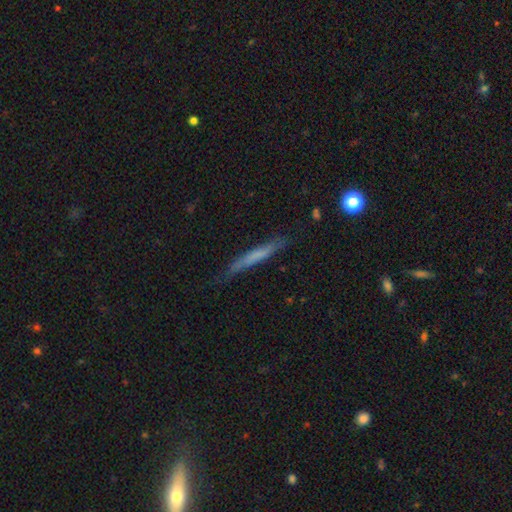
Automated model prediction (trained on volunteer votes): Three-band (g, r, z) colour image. It shows a smooth galaxy with no disk features (55%) that is cigar-shaped (95%). Merging: none (76%).